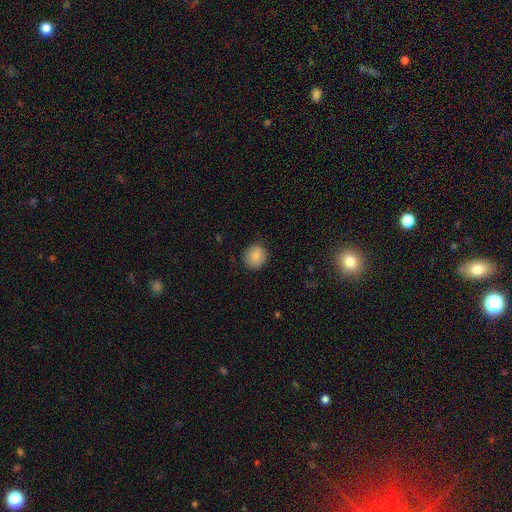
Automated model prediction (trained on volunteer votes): Smooth or featured: smooth — 86% (star or artifact — 8%)
How rounded: round — 82% (in between — 17%)
Merging: none — 86% (minor disturbance — 10%)